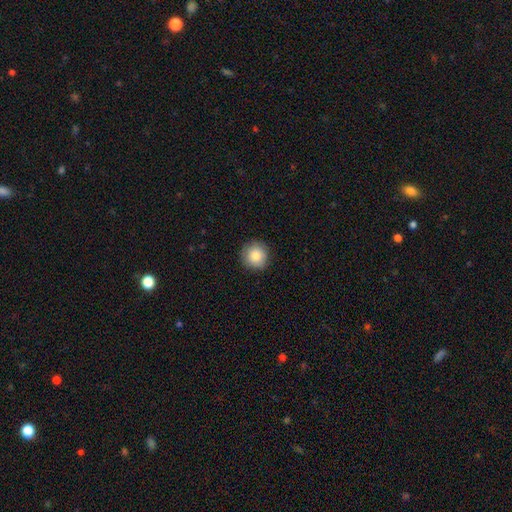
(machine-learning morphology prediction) smooth 86%, star or artifact 8%, featured or disk 6%. Down the decision tree: how rounded — round (94%); merging — none (89%).